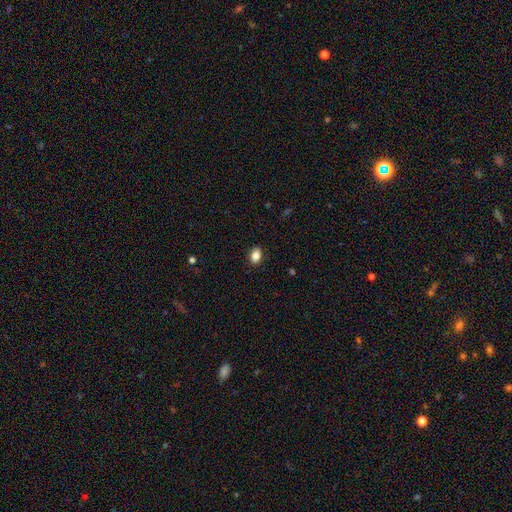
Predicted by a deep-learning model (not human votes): Morphology: type=smooth (86%); roundness=in between (82%); merging=none (89%).